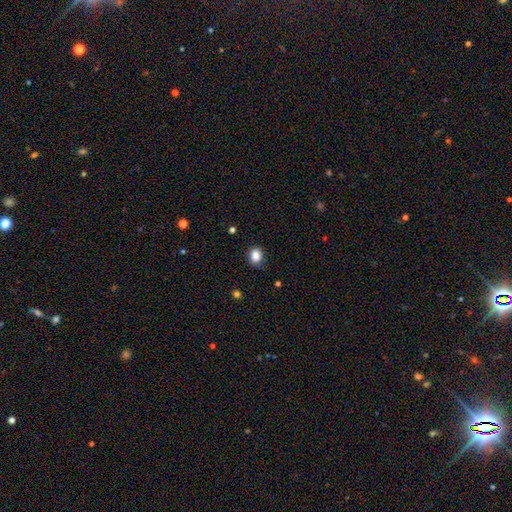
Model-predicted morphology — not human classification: Smooth or featured?
  - smooth: 85% *
  - star or artifact: 10%
  - featured or disk: 5%
How rounded?
  - round: 50% *
  - in between: 49%
  - cigar-shaped: 1%
Merging?
  - none: 76% *
  - minor disturbance: 19%
  - major disturbance: 4%
  - merger: 1%